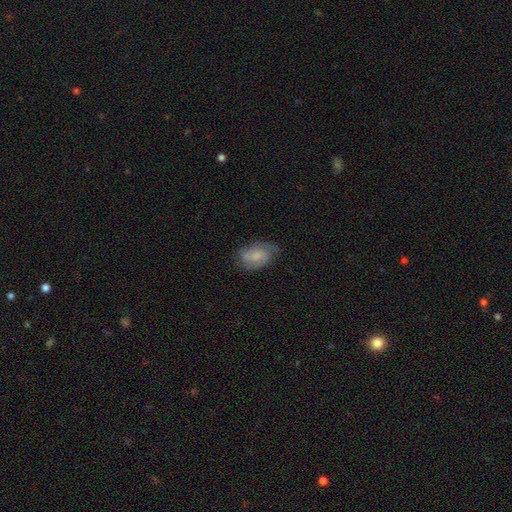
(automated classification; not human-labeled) Morphology: type=smooth (54%); roundness=in between (85%); merging=none (53%).